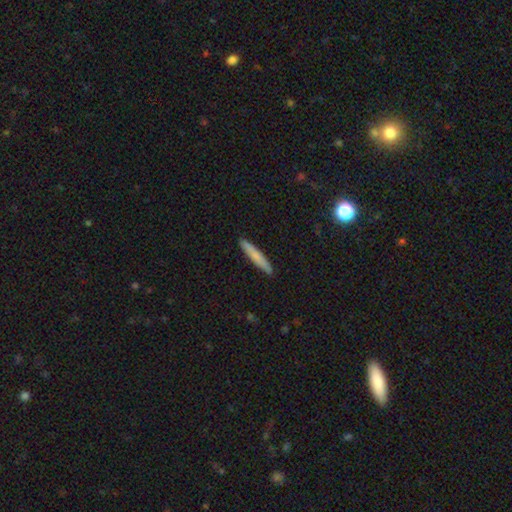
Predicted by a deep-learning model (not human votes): This is likely a smooth galaxy (73%). How rounded: clearly cigar-shaped (94%). Merging: clearly none (90%).